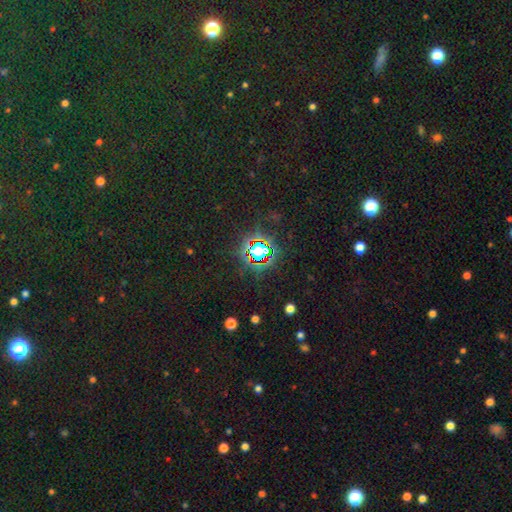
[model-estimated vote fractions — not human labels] The model was most divided on "smooth or featured": star or artifact: 74%, smooth: 16%, featured or disk: 10%.